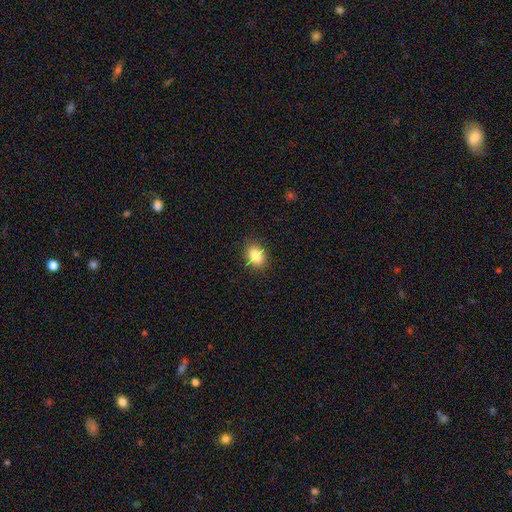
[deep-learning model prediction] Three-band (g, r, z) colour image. It shows a smooth galaxy with no disk features (84%) that is in between round and cigar-shaped (60%). Merging: none (85%).